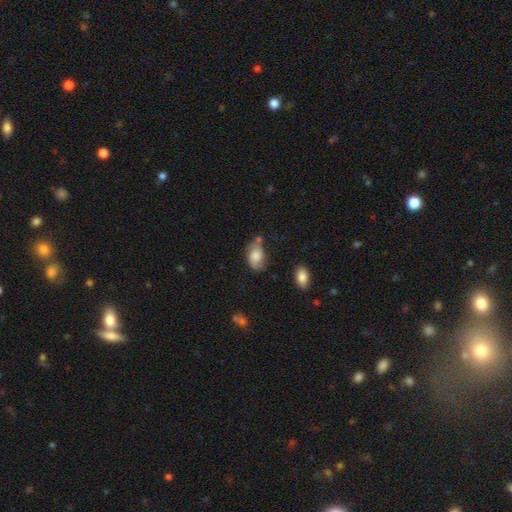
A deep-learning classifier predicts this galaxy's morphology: The model was most divided on "merging": none: 51%, minor disturbance: 29%, merger: 10%, major disturbance: 9%. More confident: how rounded — in between (88%); smooth or featured — smooth (68%).